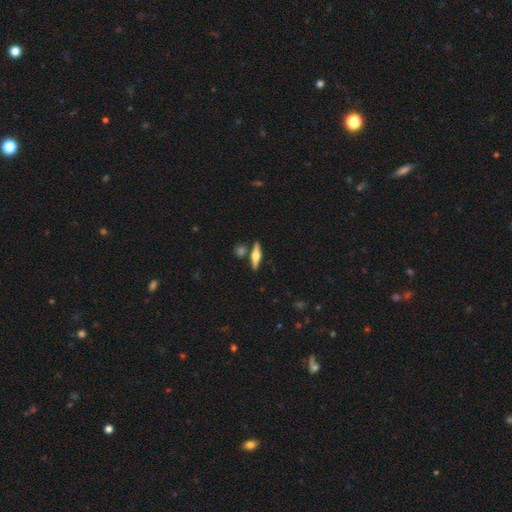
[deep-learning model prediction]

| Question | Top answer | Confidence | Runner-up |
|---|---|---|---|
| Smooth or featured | featured or disk | 61% | smooth (33%) |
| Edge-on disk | yes | 96% | no (4%) |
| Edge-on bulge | rounded | 91% | boxy (6%) |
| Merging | none | 82% | minor disturbance (8%) |